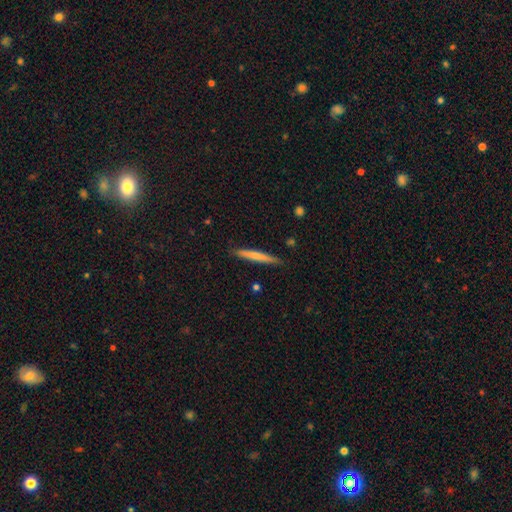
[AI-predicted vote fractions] smooth_or_featured: smooth (p=0.65) [alt: featured or disk p=0.29]
how_rounded: cigar-shaped (p=0.96) [alt: in between p=0.03]
merging: none (p=0.89) [alt: minor disturbance p=0.09]